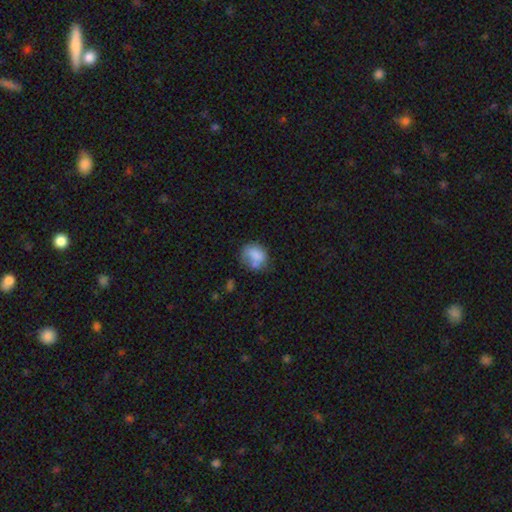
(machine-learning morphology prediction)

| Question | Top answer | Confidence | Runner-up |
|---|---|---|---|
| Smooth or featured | smooth | 73% | featured or disk (18%) |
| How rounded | round | 50% | in between (49%) |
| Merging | none | 47% | minor disturbance (27%) |